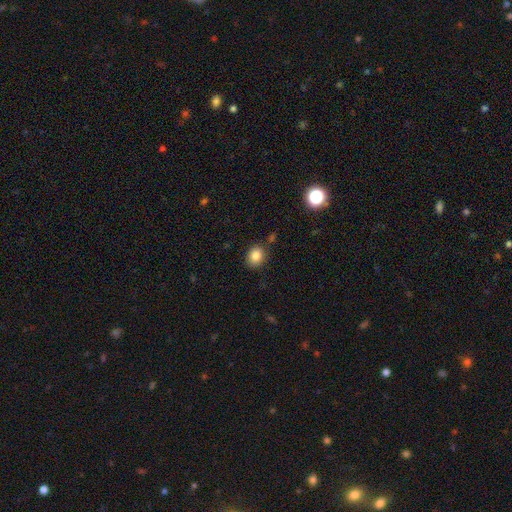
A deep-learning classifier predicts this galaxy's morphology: This appears to be a smooth galaxy with no disk features (84%) that is round (53%). Merging: none (83%).